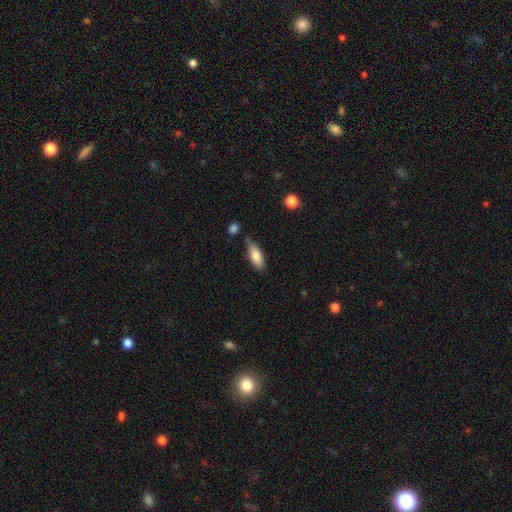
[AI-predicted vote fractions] smooth_or_featured: smooth (p=0.78) [alt: featured or disk p=0.16]
how_rounded: in between (p=0.73) [alt: cigar-shaped p=0.25]
merging: none (p=0.73) [alt: minor disturbance p=0.17]